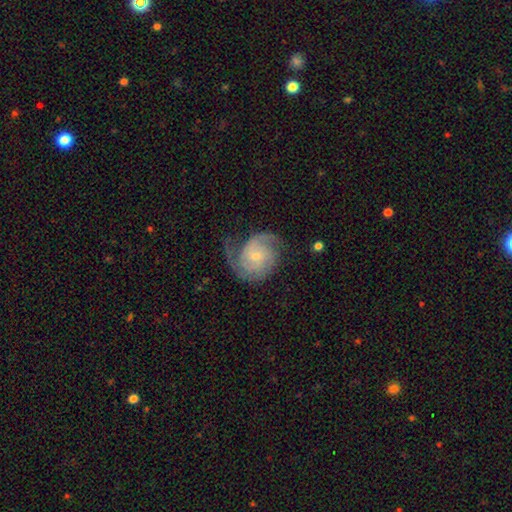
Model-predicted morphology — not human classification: Smooth or featured?
  - featured or disk: 86% *
  - smooth: 9%
  - star or artifact: 5%
Edge-on disk?
  - no: 98% *
  - yes: 2%
Bar?
  - no: 62% *
  - weak: 32%
  - strong: 6%
Spiral arms?
  - yes: 97% *
  - no: 3%
Spiral winding?
  - tight: 44% *
  - medium: 42%
  - loose: 14%
Spiral arm count?
  - 2: 66% *
  - 3: 13%
  - can't tell: 10%
  - 1: 5%
  - 4: 3%
  - more than 4: 3%
Bulge size?
  - small: 69% *
  - moderate: 27%
  - none: 2%
  - large: 2%
  - dominant: 1%
Merging?
  - none: 65% *
  - minor disturbance: 20%
  - major disturbance: 14%
  - merger: 2%